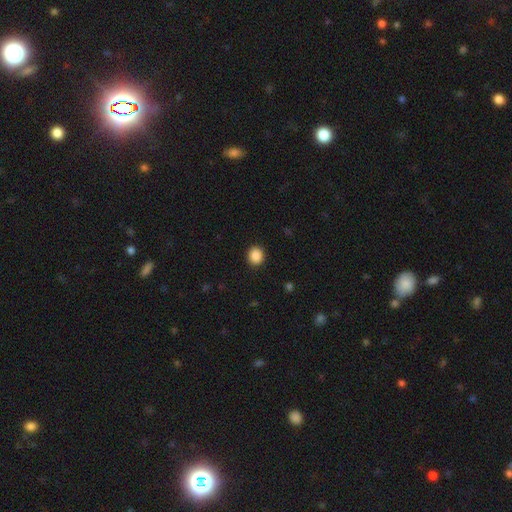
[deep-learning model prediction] smooth_or_featured: smooth (p=0.89) [alt: star or artifact p=0.09]
how_rounded: round (p=0.79) [alt: in between p=0.20]
merging: none (p=0.91) [alt: minor disturbance p=0.06]